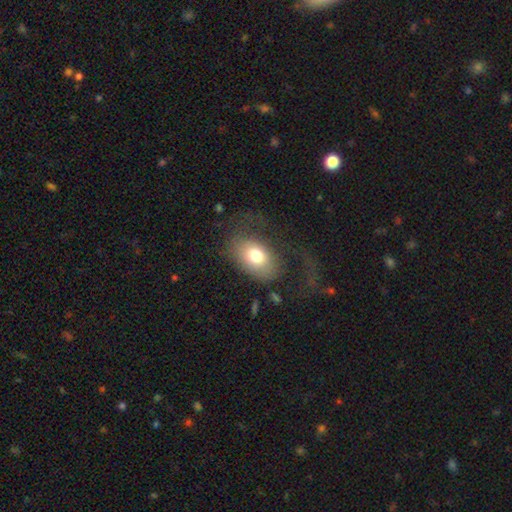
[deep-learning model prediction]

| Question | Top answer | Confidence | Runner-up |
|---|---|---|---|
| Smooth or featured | smooth | 69% | featured or disk (23%) |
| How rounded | in between | 82% | round (16%) |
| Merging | none | 45% | major disturbance (35%) |